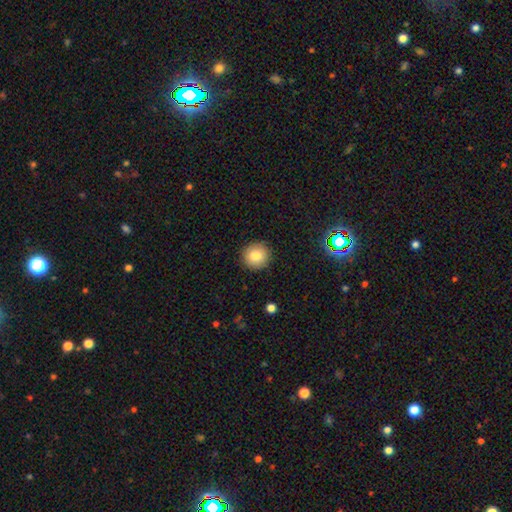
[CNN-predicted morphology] smooth-or-featured: smooth: 82% | star or artifact: 10% | featured or disk: 8%
  how-rounded: round: 93% | in between: 6% | cigar-shaped: 1%
  merging: none: 90% | minor disturbance: 7% | major disturbance: 2% | merger: 1%